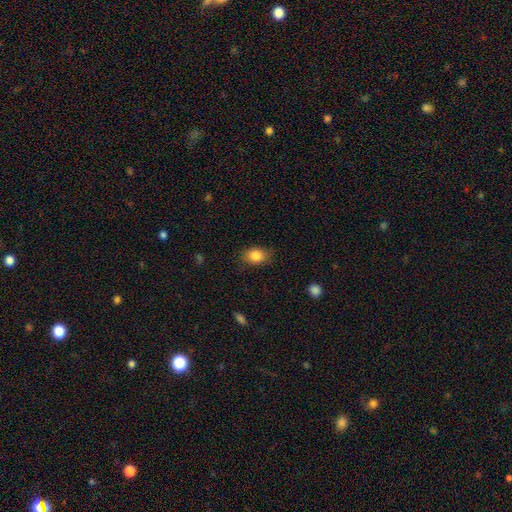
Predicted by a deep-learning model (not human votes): Smooth or featured? Predicted: smooth (p=0.85). How rounded? Predicted: in between (p=0.68). Merging? Predicted: none (p=0.81).